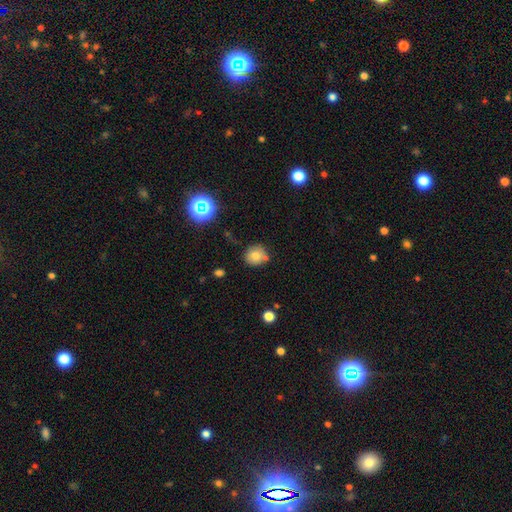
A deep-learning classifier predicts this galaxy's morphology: A smooth galaxy with no disk features (76%) that is round (83%).

Vote fractions:
- Smooth or featured? smooth: 76% / star or artifact: 13% / featured or disk: 12%
- How rounded? round: 83% / in between: 16% / cigar-shaped: 1%
- Merging? none: 68% / minor disturbance: 16% / merger: 12% / major disturbance: 4%